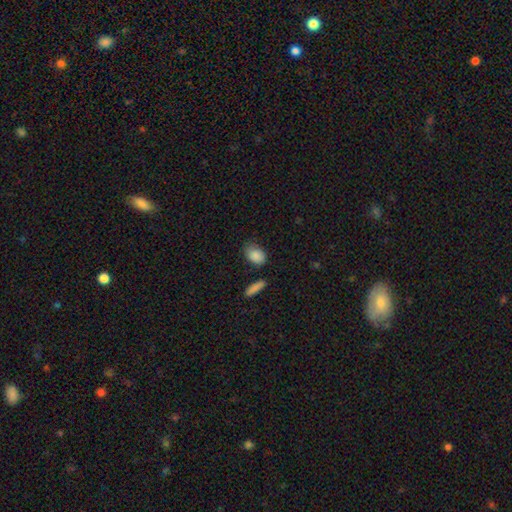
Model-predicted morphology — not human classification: Smooth or featured?
  - smooth: 88% *
  - star or artifact: 7%
  - featured or disk: 5%
How rounded?
  - in between: 83% *
  - round: 15%
  - cigar-shaped: 2%
Merging?
  - none: 67% *
  - minor disturbance: 23%
  - major disturbance: 5%
  - merger: 5%